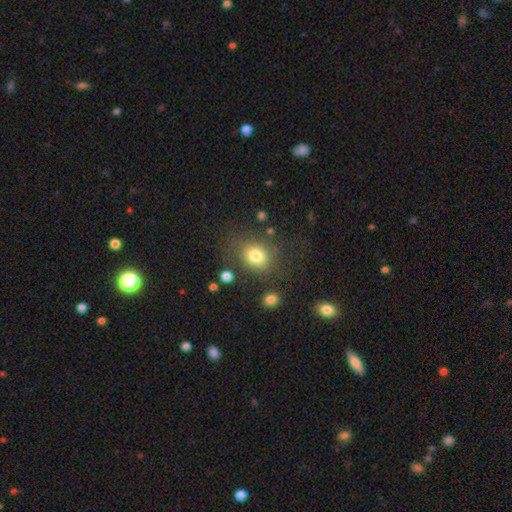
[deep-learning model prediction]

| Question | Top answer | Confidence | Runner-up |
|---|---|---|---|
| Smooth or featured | smooth | 79% | star or artifact (12%) |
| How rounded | round | 61% | in between (38%) |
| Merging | none | 69% | minor disturbance (16%) |